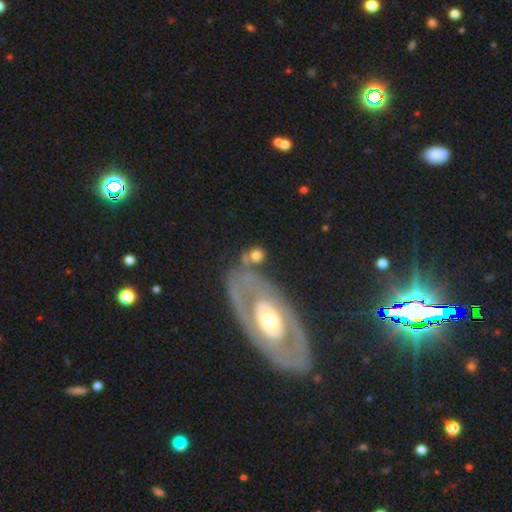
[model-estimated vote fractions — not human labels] Smooth or featured? Predicted: smooth (p=0.65). How rounded? Predicted: round (p=0.73). Merging? Predicted: none (p=0.52).